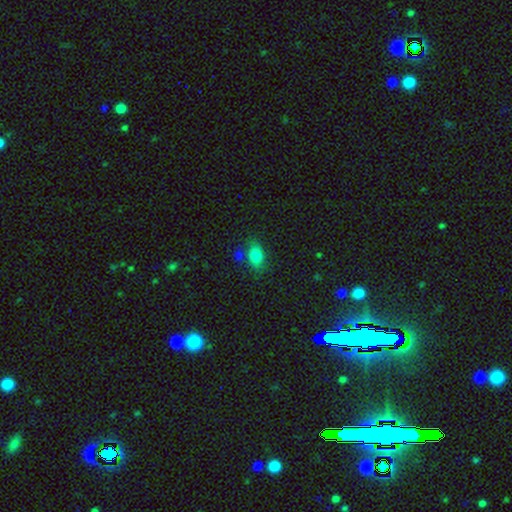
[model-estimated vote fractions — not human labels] smooth-or-featured: smooth: 81% | star or artifact: 11% | featured or disk: 8%
  how-rounded: in between: 75% | round: 22% | cigar-shaped: 2%
  merging: none: 67% | minor disturbance: 18% | merger: 10% | major disturbance: 5%